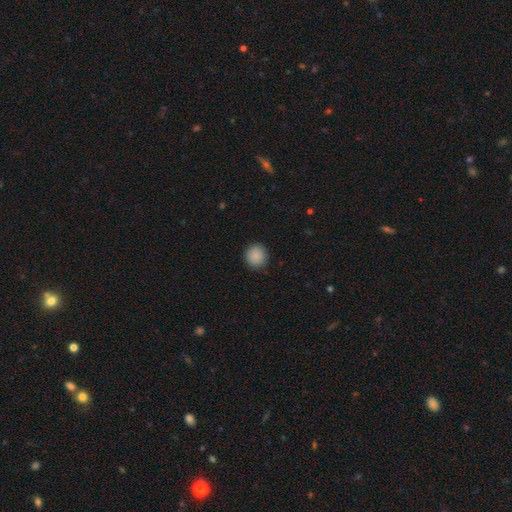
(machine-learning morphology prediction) type=smooth (89%); roundness=round (92%); merging=none (91%).